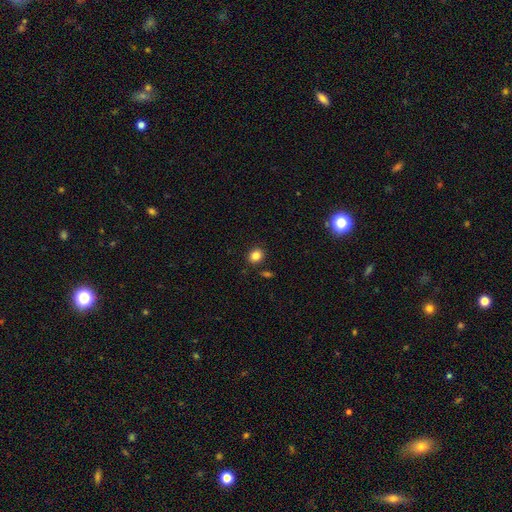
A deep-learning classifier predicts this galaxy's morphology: Smooth or featured?
  - smooth: 84% *
  - star or artifact: 11%
  - featured or disk: 5%
How rounded?
  - round: 72% *
  - in between: 27%
  - cigar-shaped: 1%
Merging?
  - none: 87% *
  - minor disturbance: 8%
  - merger: 3%
  - major disturbance: 2%